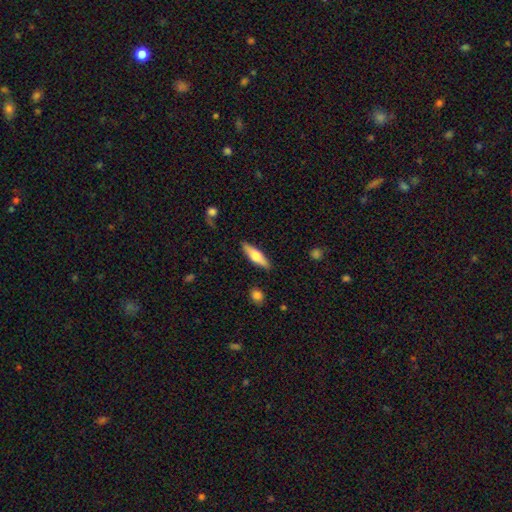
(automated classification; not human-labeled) smooth-or-featured: smooth: 54% | featured or disk: 40% | star or artifact: 6%
  how-rounded: cigar-shaped: 57% | in between: 41% | round: 2%
  merging: none: 87% | minor disturbance: 9% | major disturbance: 2% | merger: 2%